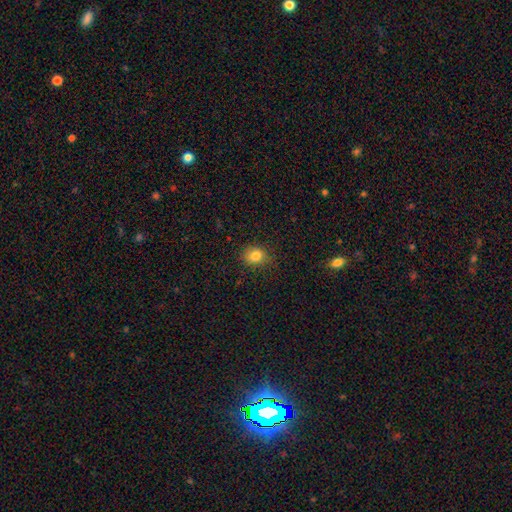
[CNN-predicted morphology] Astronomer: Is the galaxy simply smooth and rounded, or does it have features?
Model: smooth — 82%.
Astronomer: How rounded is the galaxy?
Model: round — 61% (runner-up: in between, 38%).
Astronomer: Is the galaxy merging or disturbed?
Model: none — 82%.